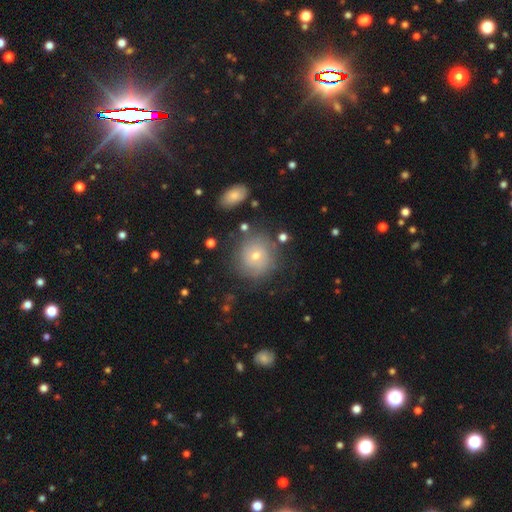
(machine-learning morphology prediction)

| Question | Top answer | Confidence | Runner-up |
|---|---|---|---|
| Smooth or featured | smooth | 50% | featured or disk (39%) |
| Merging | none | 75% | minor disturbance (15%) |